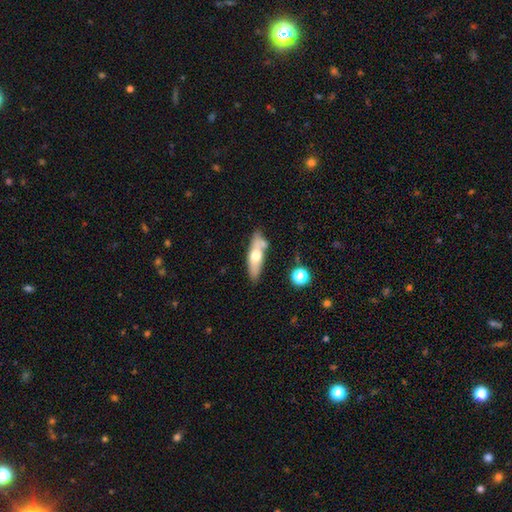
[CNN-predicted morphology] Q: Smooth or featured?
A: smooth (55%); runner-up: featured or disk (39%)
Q: How rounded?
A: cigar-shaped (51%); runner-up: in between (46%)
Q: Merging?
A: none (61%); runner-up: minor disturbance (19%)